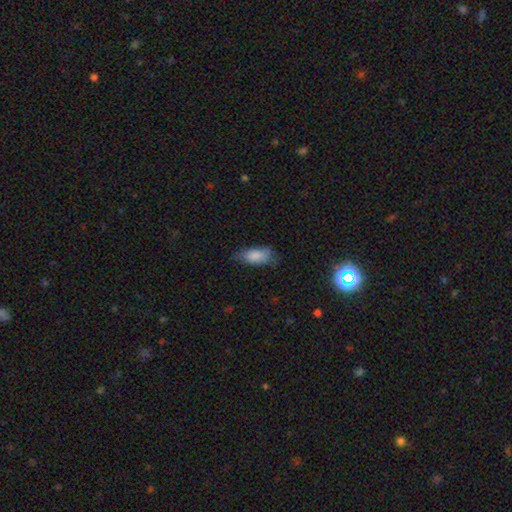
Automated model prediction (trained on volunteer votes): smooth 81%, featured or disk 12%, star or artifact 7%. Down the decision tree: how rounded — in between (88%); merging — none (48%).